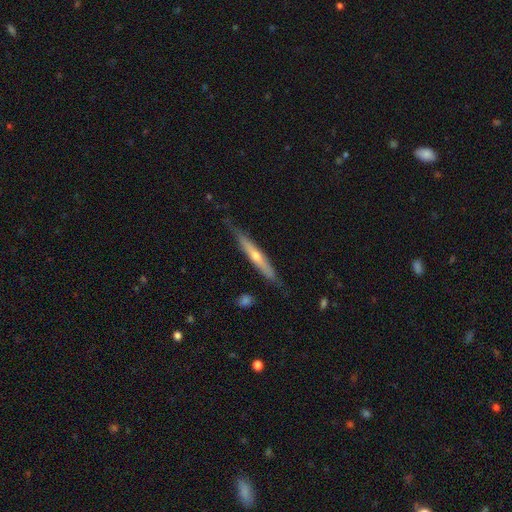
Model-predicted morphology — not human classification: Smooth or featured? Predicted: featured or disk (p=0.60). Edge-on disk? Predicted: yes (p=0.92). Edge-on bulge? Predicted: rounded (p=0.73). Merging? Predicted: none (p=0.78).